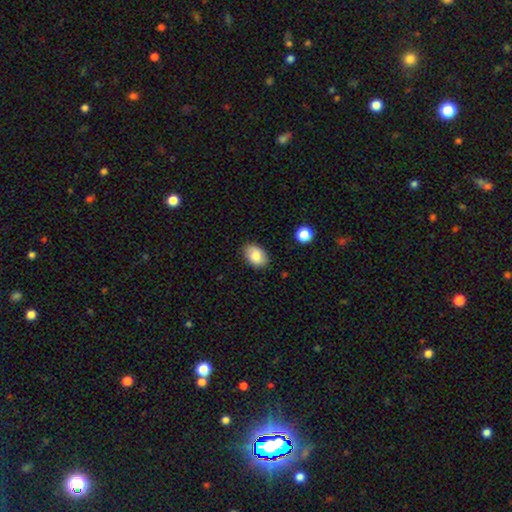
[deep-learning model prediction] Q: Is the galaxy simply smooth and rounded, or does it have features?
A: smooth — 85%.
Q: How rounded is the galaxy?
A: in between — 85%.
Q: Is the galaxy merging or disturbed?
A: none — 85%.